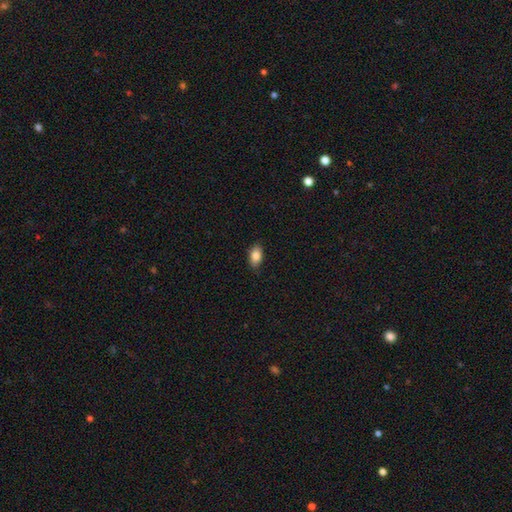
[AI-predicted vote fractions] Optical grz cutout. It shows a smooth galaxy with no disk features (85%) that is in between round and cigar-shaped (90%). Merging: none (85%).